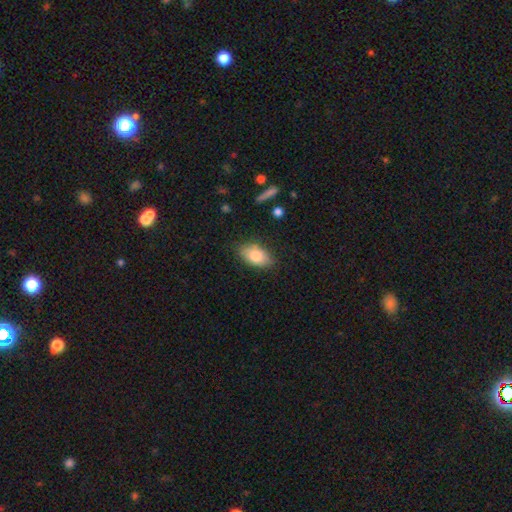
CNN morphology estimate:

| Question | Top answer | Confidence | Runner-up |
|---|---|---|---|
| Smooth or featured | smooth | 81% | featured or disk (12%) |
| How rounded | in between | 91% | round (7%) |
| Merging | none | 79% | minor disturbance (16%) |